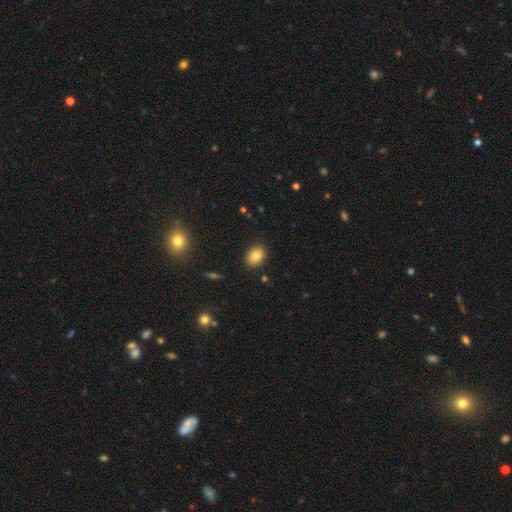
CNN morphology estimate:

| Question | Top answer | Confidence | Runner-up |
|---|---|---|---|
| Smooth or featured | smooth | 83% | star or artifact (10%) |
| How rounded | in between | 71% | round (28%) |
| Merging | none | 87% | minor disturbance (9%) |